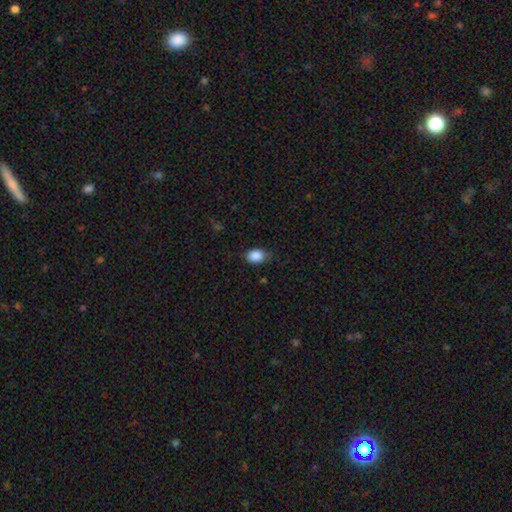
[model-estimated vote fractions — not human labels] Morphology: type=smooth (88%); roundness=in between (78%); merging=none (76%).